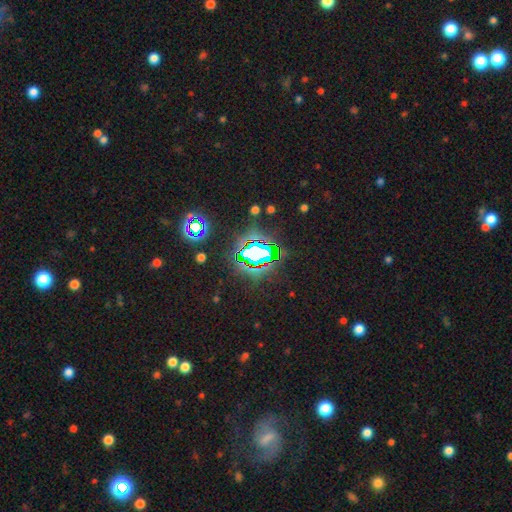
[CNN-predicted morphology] A star or artifact, not a galaxy (81%).

Vote fractions:
- Smooth or featured? star or artifact: 81% / smooth: 10% / featured or disk: 8%